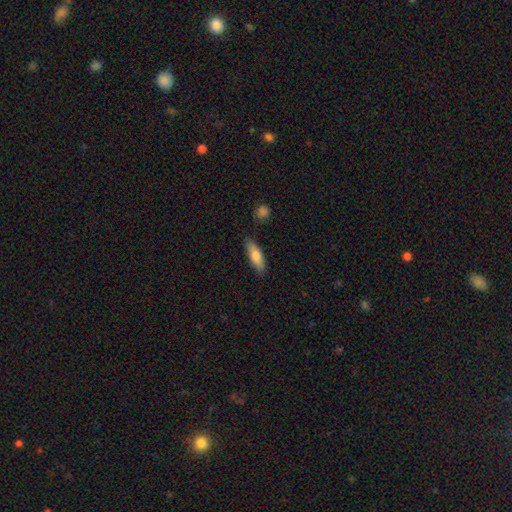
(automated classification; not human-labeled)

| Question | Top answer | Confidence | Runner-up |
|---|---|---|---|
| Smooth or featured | smooth | 76% | featured or disk (18%) |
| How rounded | in between | 51% | cigar-shaped (47%) |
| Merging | none | 85% | minor disturbance (11%) |